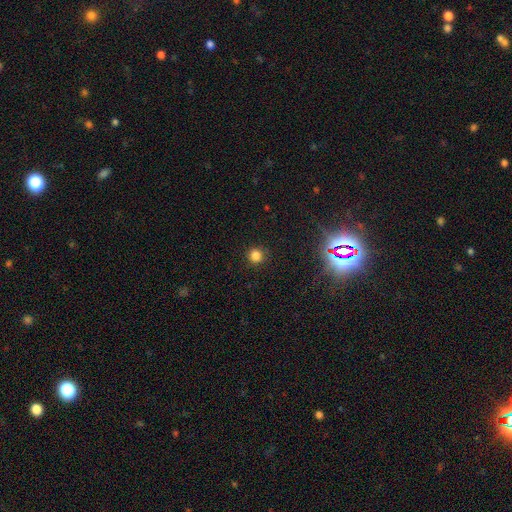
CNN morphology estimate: smooth_or_featured: smooth (p=0.81) [alt: star or artifact p=0.15]
how_rounded: round (p=0.94) [alt: in between p=0.05]
merging: none (p=0.90) [alt: minor disturbance p=0.06]